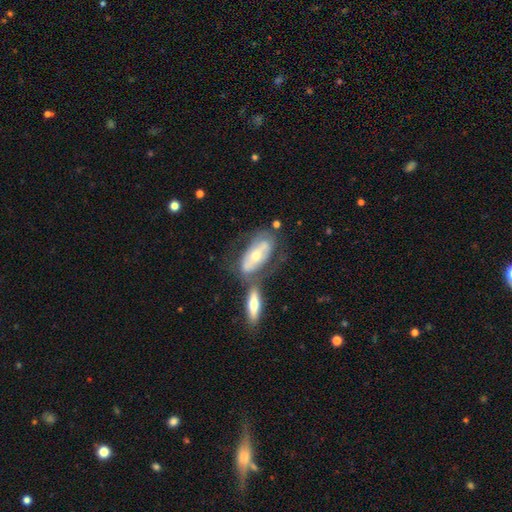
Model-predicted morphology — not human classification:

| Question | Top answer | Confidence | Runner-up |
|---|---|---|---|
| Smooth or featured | featured or disk | 61% | smooth (33%) |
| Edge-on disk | no | 81% | yes (19%) |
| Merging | none | 40% | merger (33%) |